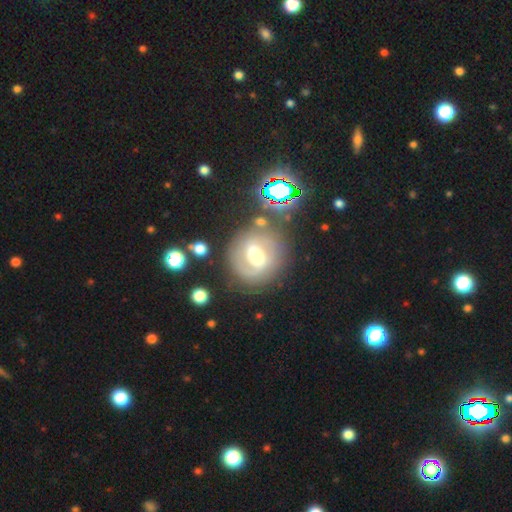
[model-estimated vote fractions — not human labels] smooth-or-featured: featured or disk: 65% | smooth: 25% | star or artifact: 10%
  disk-edge-on: no: 96% | yes: 4%
    bar: weak: 47% | strong: 33% | no: 20%
    has-spiral-arms: yes: 76% | no: 24%
    bulge-size: moderate: 64% | large: 20% | small: 12% | dominant: 2% | none: 2%
  merging: none: 71% | minor disturbance: 15% | major disturbance: 8% | merger: 6%